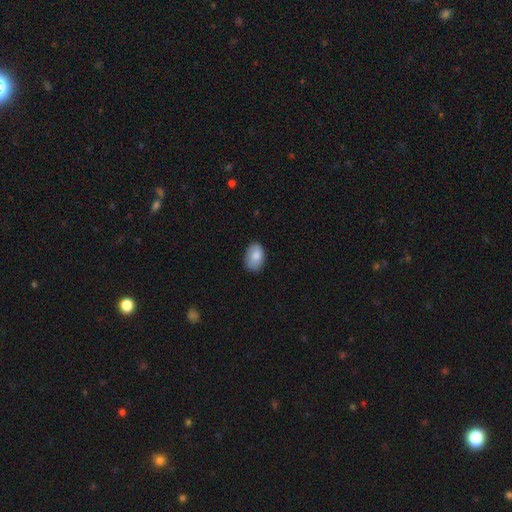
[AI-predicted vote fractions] Morphology: type=smooth (84%); roundness=in between (86%); merging=none (77%).